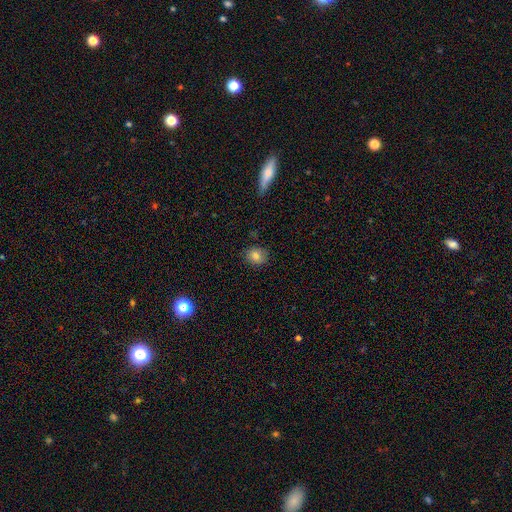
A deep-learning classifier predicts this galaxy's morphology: Smooth or featured? Predicted: smooth (p=0.80). How rounded? Predicted: round (p=0.71). Merging? Predicted: none (p=0.85).